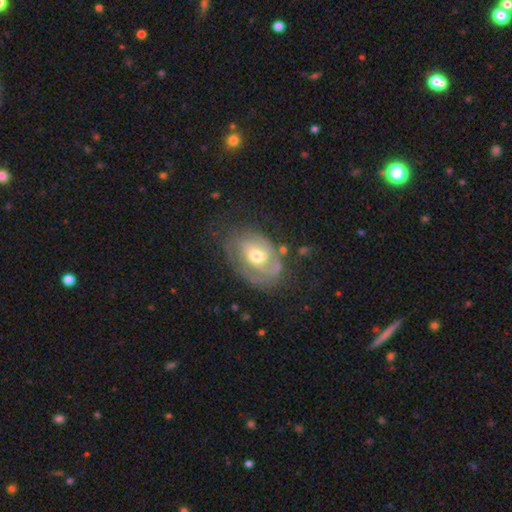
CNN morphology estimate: type=featured or disk (75%); edge-on=no (96%); bar=no (55%); spiral arms=yes (81%); winding=tight (60%); arm count=can't tell (37%); bulge=moderate (71%); merging=none (60%).